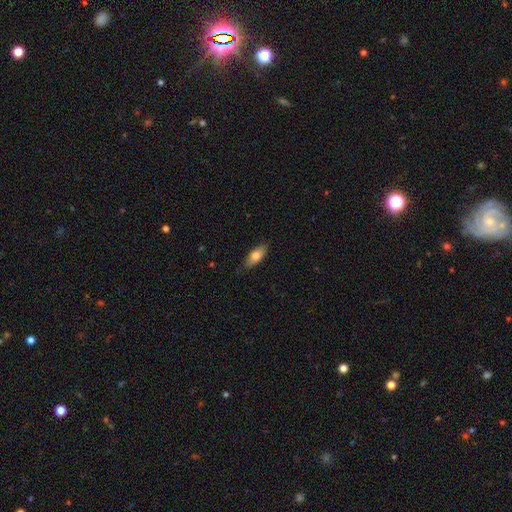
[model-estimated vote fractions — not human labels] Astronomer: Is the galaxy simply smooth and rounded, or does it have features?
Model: smooth — 72%.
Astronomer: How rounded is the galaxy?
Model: in between — 77%.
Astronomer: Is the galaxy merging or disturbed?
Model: none — 81%.